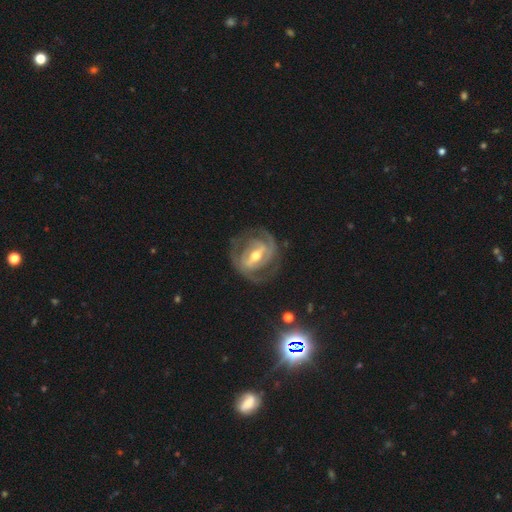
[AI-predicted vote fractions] Smooth or featured: featured or disk — 89% (smooth — 6%)
Edge-on disk: no — 96% (yes — 4%)
Bar: strong — 57% (weak — 32%)
Spiral arms: yes — 94% (no — 6%)
Spiral winding: tight — 52% (medium — 38%)
Spiral arm count: 2 — 63% (3 — 17%)
Bulge size: moderate — 70% (small — 22%)
Merging: none — 73% (minor disturbance — 15%)